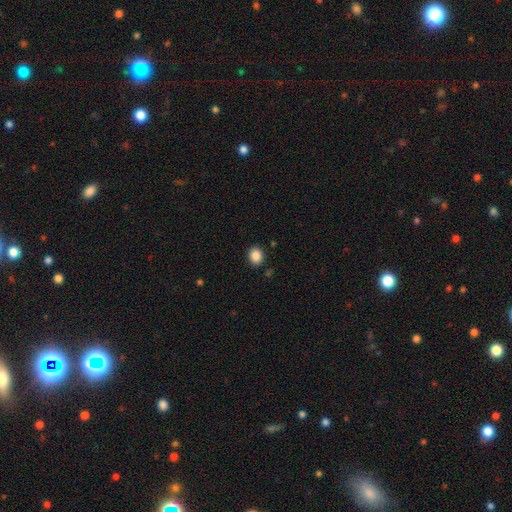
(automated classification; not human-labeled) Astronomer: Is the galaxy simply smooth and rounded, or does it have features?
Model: smooth — 88%.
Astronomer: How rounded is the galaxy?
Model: round — 62% (runner-up: in between, 38%).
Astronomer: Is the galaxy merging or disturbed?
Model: none — 89%.